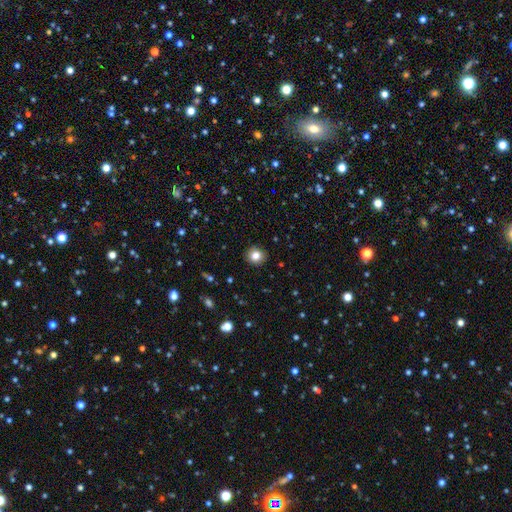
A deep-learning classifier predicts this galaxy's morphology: smooth-or-featured: smooth: 83% | star or artifact: 11% | featured or disk: 6%
  how-rounded: round: 88% | in between: 11% | cigar-shaped: 1%
  merging: none: 92% | minor disturbance: 6% | major disturbance: 2% | merger: 1%